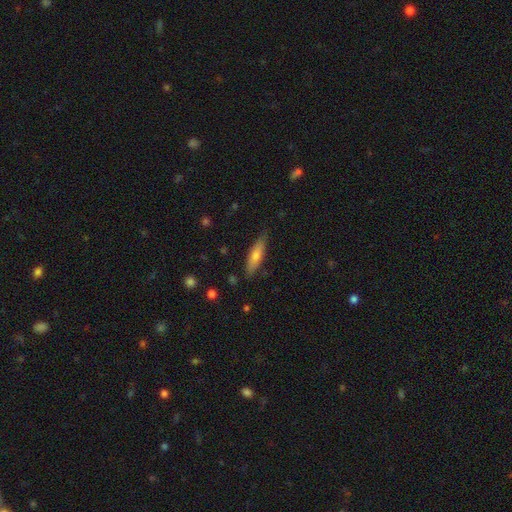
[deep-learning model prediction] This is possibly a smooth galaxy (58%). How rounded: likely cigar-shaped (71%). Merging: clearly none (83%).